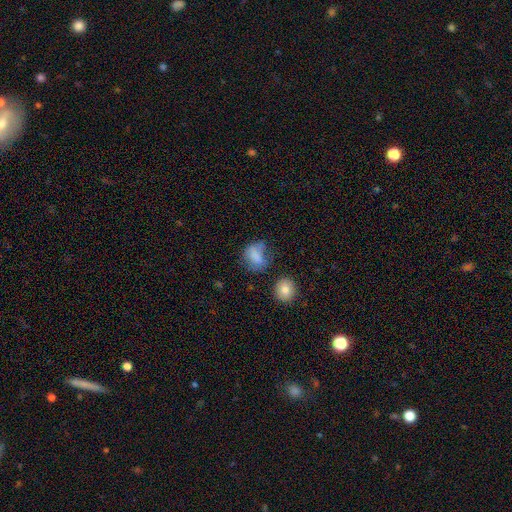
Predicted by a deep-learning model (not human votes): A smooth galaxy with no disk features (75%) that is in between round and cigar-shaped (56%).

Vote fractions:
- Smooth or featured? smooth: 75% / featured or disk: 13% / star or artifact: 12%
- How rounded? in between: 56% / round: 42% / cigar-shaped: 2%
- Merging? none: 42% / minor disturbance: 28% / major disturbance: 23% / merger: 6%